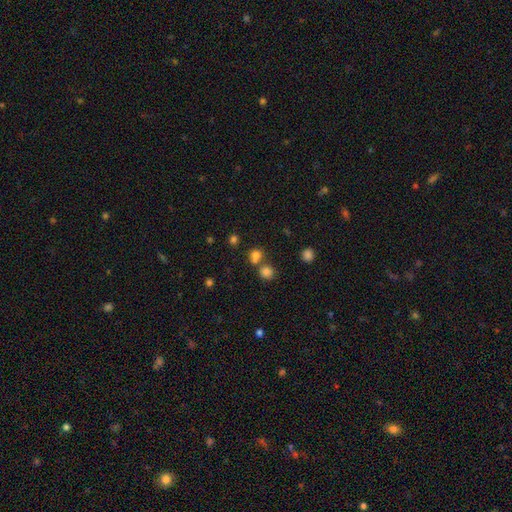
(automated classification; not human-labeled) smooth 75%, star or artifact 18%, featured or disk 8%. Down the decision tree: how rounded — round (83%); merging — none (55%).